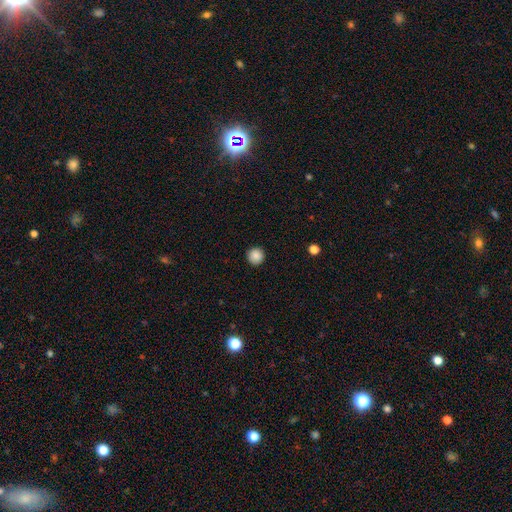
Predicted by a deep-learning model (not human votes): smooth-or-featured: smooth: 88% | star or artifact: 9% | featured or disk: 3%
  how-rounded: round: 96% | in between: 3% | cigar-shaped: 1%
  merging: none: 93% | minor disturbance: 5% | major disturbance: 2% | merger: 1%